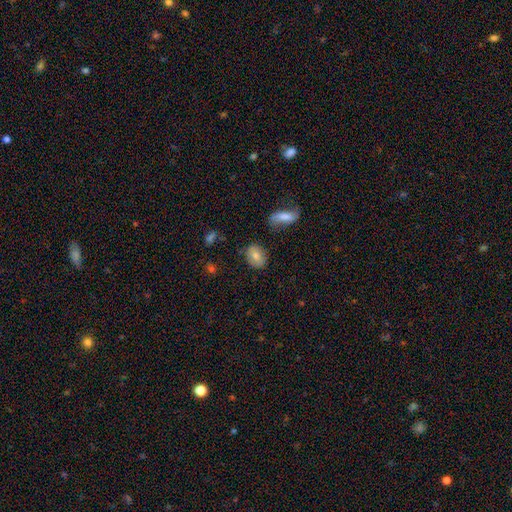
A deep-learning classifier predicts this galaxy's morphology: Smooth or featured: smooth — 76% (featured or disk — 16%)
How rounded: in between — 68% (round — 31%)
Merging: none — 79% (minor disturbance — 15%)